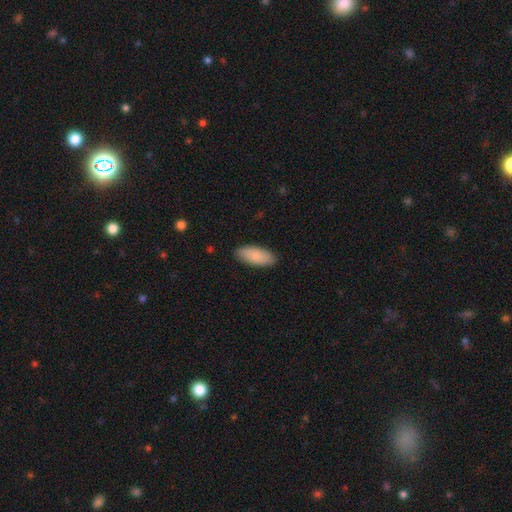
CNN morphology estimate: smooth_or_featured: smooth (p=0.88) [alt: featured or disk p=0.07]
how_rounded: in between (p=0.86) [alt: cigar-shaped p=0.13]
merging: none (p=0.88) [alt: minor disturbance p=0.09]